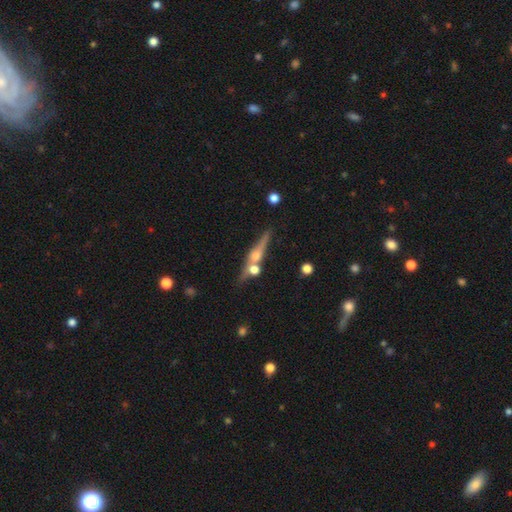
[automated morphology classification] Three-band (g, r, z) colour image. It shows a featured or disk galaxy (65%) viewed edge-on (93%) with a rounded central bulge (86%). Merging: none (66%).